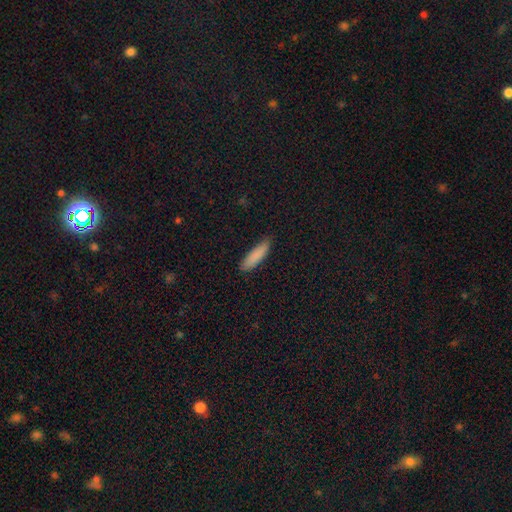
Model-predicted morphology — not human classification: smooth_or_featured: smooth (p=0.87) [alt: featured or disk p=0.07]
how_rounded: cigar-shaped (p=0.69) [alt: in between p=0.30]
merging: none (p=0.83) [alt: minor disturbance p=0.13]